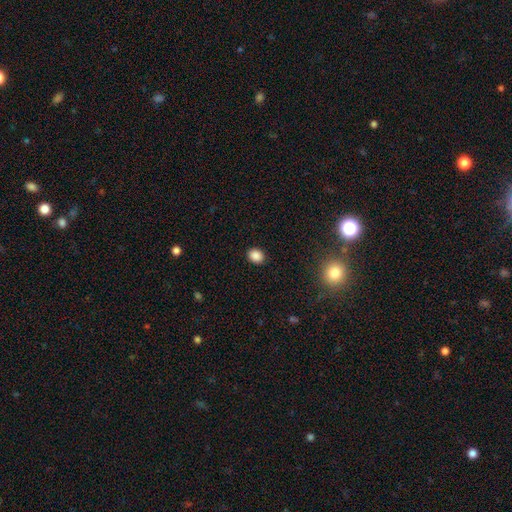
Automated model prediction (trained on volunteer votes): Overall: smooth (87%). How rounded: round (54%; in between 46%). Merging: none (90%).